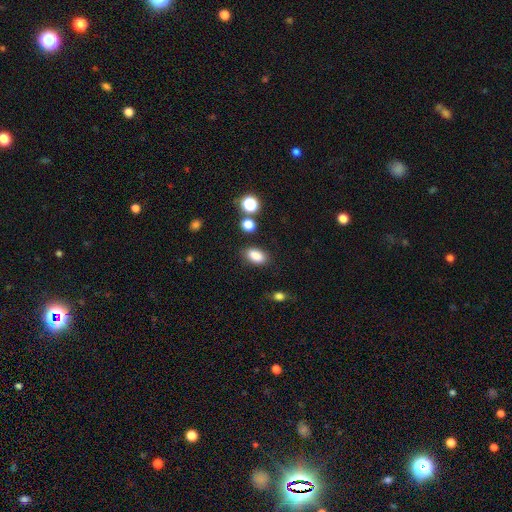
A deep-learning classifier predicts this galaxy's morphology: type=smooth (86%); roundness=in between (88%); merging=none (82%).